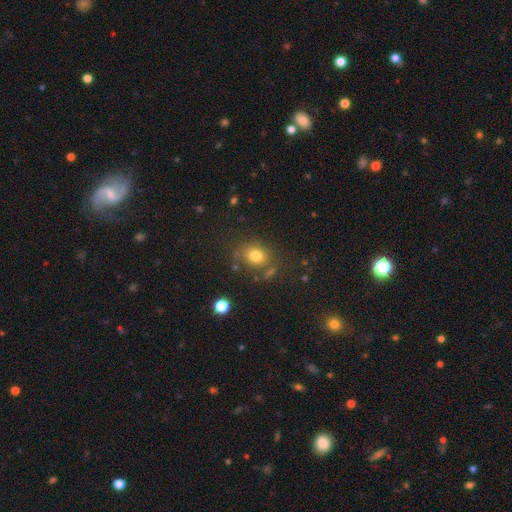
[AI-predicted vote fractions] smooth 77%, star or artifact 14%, featured or disk 9%. Down the decision tree: how rounded — round (58%); merging — none (72%).